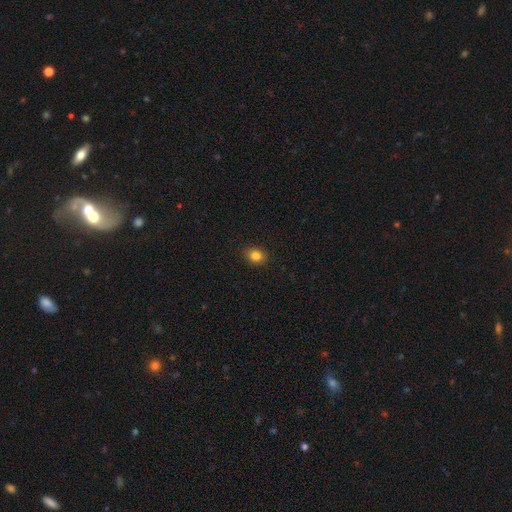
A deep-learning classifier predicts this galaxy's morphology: Overall: smooth (84%). How rounded: round (52%; in between 47%). Merging: none (90%).